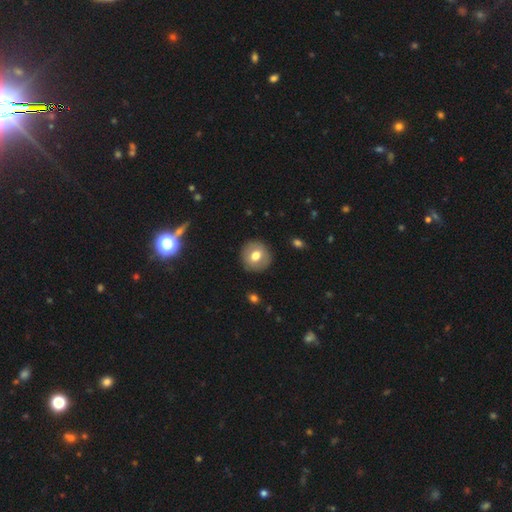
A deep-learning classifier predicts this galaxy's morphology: Q: Smooth or featured?
A: smooth (69%); runner-up: featured or disk (23%)
Q: How rounded?
A: round (91%); runner-up: in between (8%)
Q: Merging?
A: none (90%); runner-up: minor disturbance (7%)